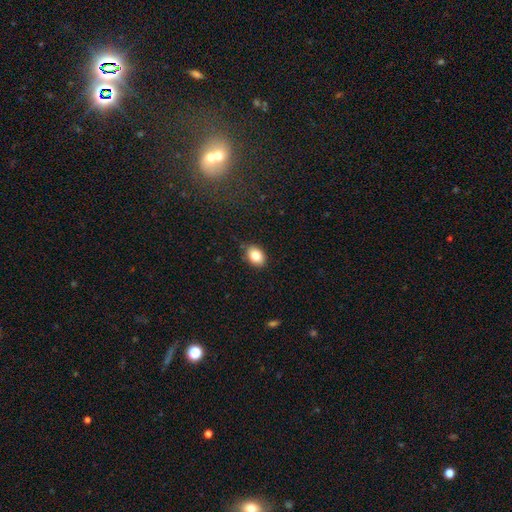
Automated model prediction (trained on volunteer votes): smooth_or_featured: smooth (p=0.83) [alt: star or artifact p=0.09]
how_rounded: in between (p=0.78) [alt: round p=0.21]
merging: none (p=0.84) [alt: minor disturbance p=0.12]